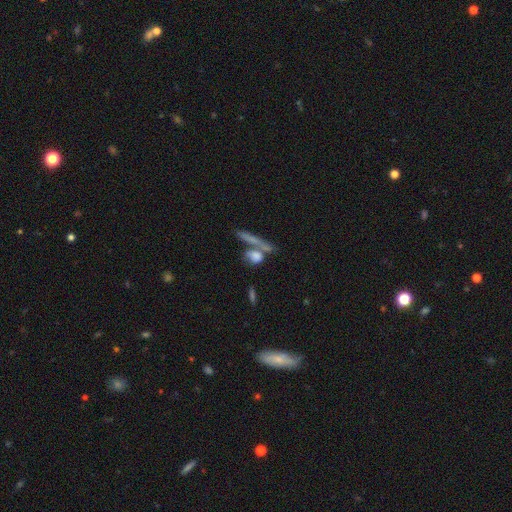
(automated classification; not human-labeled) Smooth or featured?
  - smooth: 69% *
  - featured or disk: 21%
  - star or artifact: 10%
How rounded?
  - round: 36% *
  - in between: 33%
  - cigar-shaped: 31%
Merging?
  - none: 45% *
  - merger: 37%
  - minor disturbance: 11%
  - major disturbance: 8%